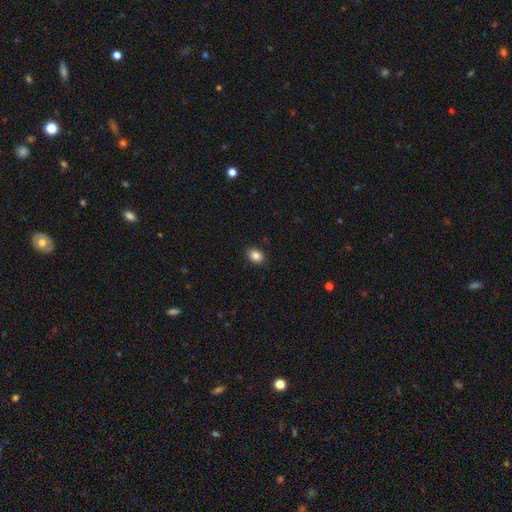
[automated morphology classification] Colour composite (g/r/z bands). It shows a smooth galaxy with no disk features (86%) that is in between round and cigar-shaped (65%). Merging: none (89%).